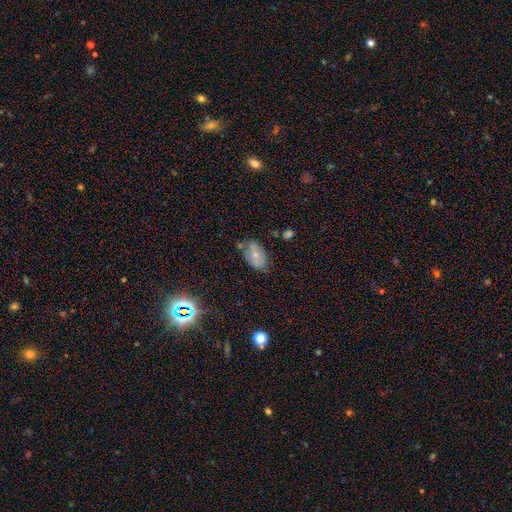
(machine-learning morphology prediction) smooth_or_featured: smooth (p=0.61) [alt: featured or disk p=0.29]
how_rounded: in between (p=0.90) [alt: round p=0.09]
merging: none (p=0.62) [alt: minor disturbance p=0.25]